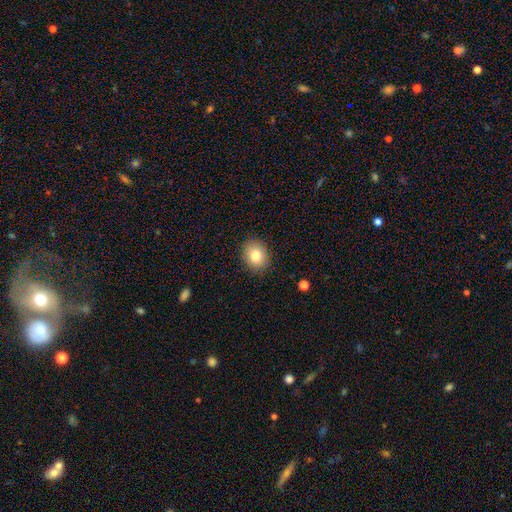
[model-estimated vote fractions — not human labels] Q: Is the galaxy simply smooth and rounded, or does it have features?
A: smooth — 81%.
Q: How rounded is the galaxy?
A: round — 58%.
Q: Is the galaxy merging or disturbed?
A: none — 88%.